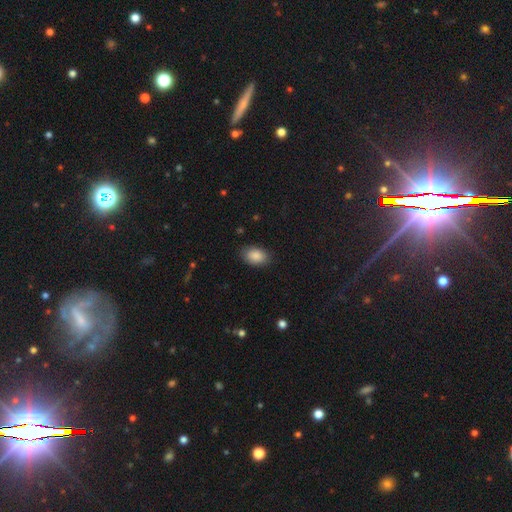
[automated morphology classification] This appears to be a smooth galaxy with no disk features (87%) that is in between round and cigar-shaped (88%). Merging: none (83%).